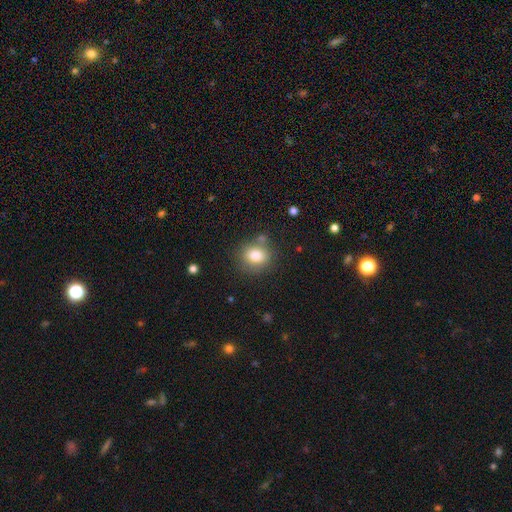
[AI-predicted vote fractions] Smooth or featured? smooth (80%)
How rounded? round (74%)
Merging? none (74%)